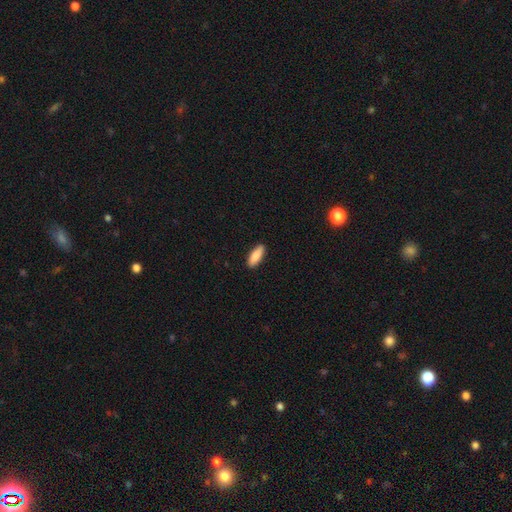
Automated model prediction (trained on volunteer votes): Q: Smooth or featured?
A: smooth (88%); runner-up: featured or disk (7%)
Q: How rounded?
A: in between (66%); runner-up: cigar-shaped (32%)
Q: Merging?
A: none (90%); runner-up: minor disturbance (7%)